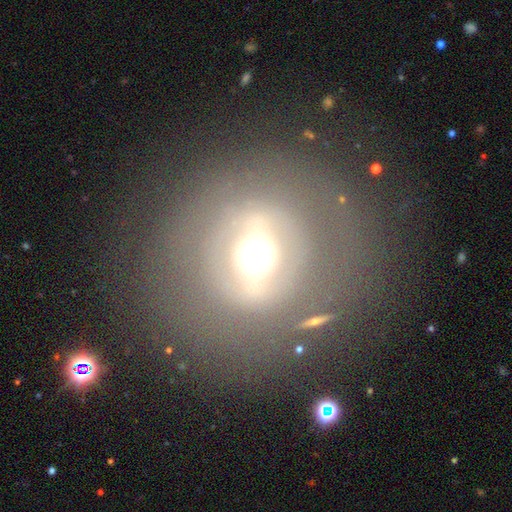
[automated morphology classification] A featured or disk galaxy (56%). Merging: none (76%).